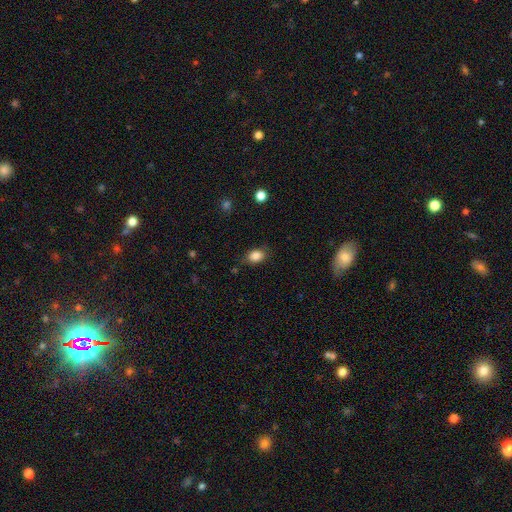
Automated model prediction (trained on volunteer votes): smooth 85%, star or artifact 9%, featured or disk 5%. Down the decision tree: how rounded — in between (72%); merging — none (80%).